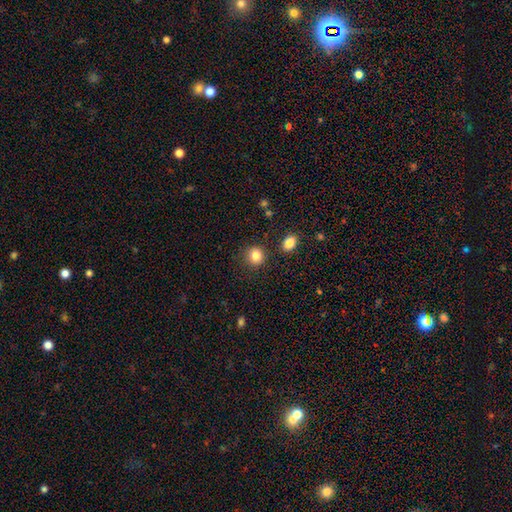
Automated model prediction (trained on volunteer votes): smooth 85%, star or artifact 10%, featured or disk 5%. Down the decision tree: how rounded — round (84%); merging — none (83%).